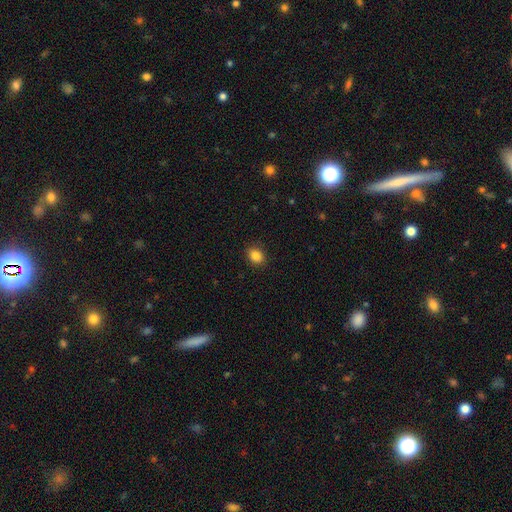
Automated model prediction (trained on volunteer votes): Smooth or featured? smooth (86%)
How rounded? in between (60%)
Merging? none (89%)